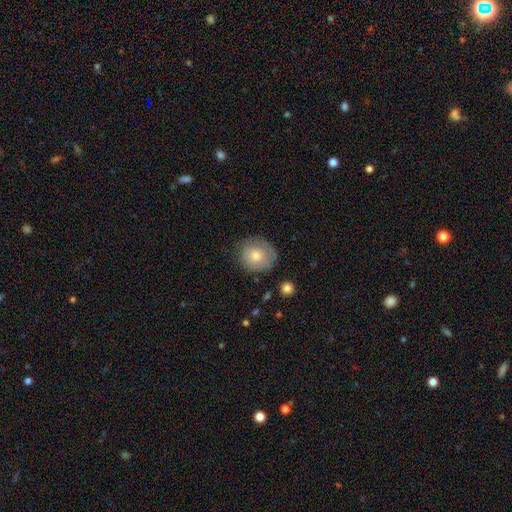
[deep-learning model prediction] Smooth or featured? smooth (66%)
How rounded? round (80%)
Merging? none (72%)